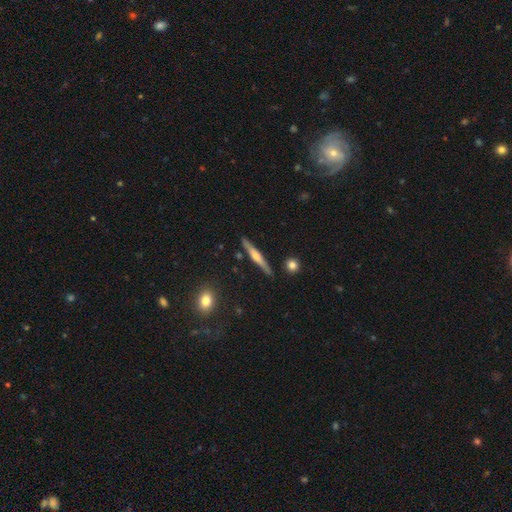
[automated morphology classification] Q: Smooth or featured?
A: featured or disk (61%); runner-up: smooth (33%)
Q: Edge-on disk?
A: yes (97%); runner-up: no (3%)
Q: Edge-on bulge?
A: rounded (74%); runner-up: none (15%)
Q: Merging?
A: none (88%); runner-up: minor disturbance (8%)